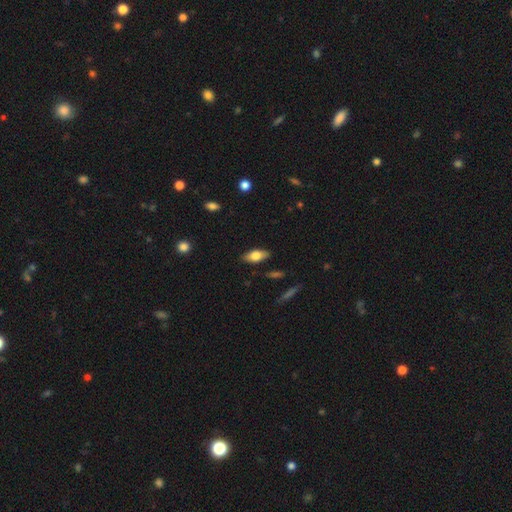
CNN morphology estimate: The model was most divided on "smooth or featured": smooth: 73%, featured or disk: 21%, star or artifact: 7%. More confident: how rounded — in between (86%); merging — none (85%).